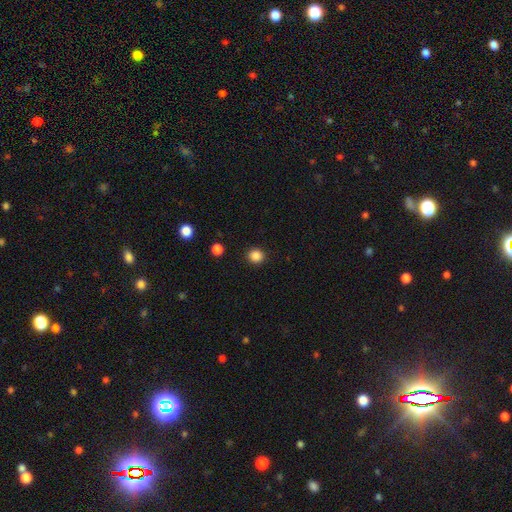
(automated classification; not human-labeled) Morphology: type=smooth (86%); roundness=round (90%); merging=none (92%).